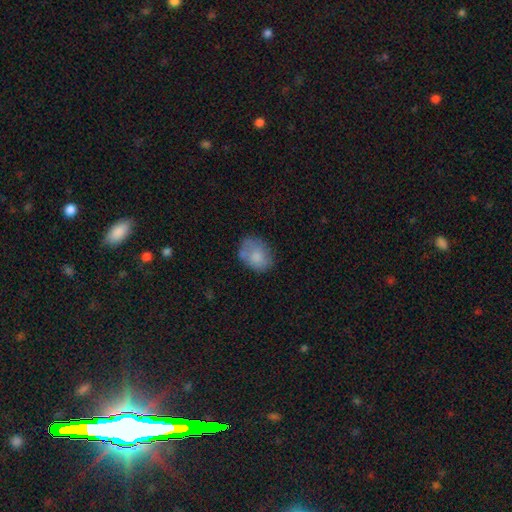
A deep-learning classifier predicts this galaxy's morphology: This appears to be a smooth galaxy with no disk features (76%) that is in between round and cigar-shaped (68%). Merging: none (56%).